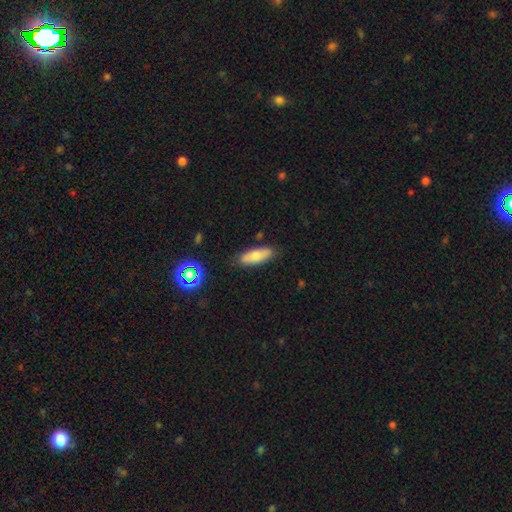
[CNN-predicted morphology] Smooth or featured: smooth — 73% (featured or disk — 19%)
How rounded: in between — 60% (cigar-shaped — 37%)
Merging: none — 83% (minor disturbance — 12%)